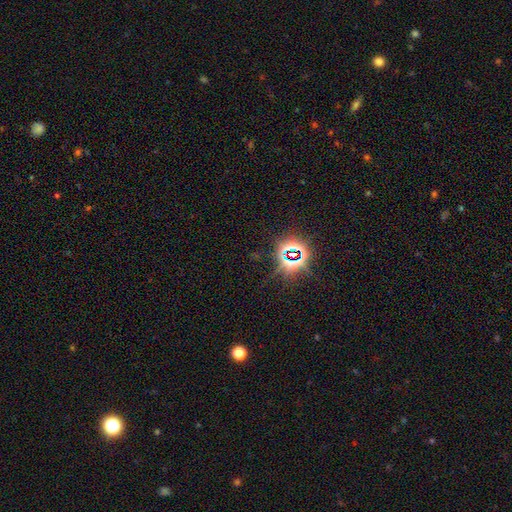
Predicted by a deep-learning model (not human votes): Smooth or featured?
  - star or artifact: 79% *
  - smooth: 13%
  - featured or disk: 8%